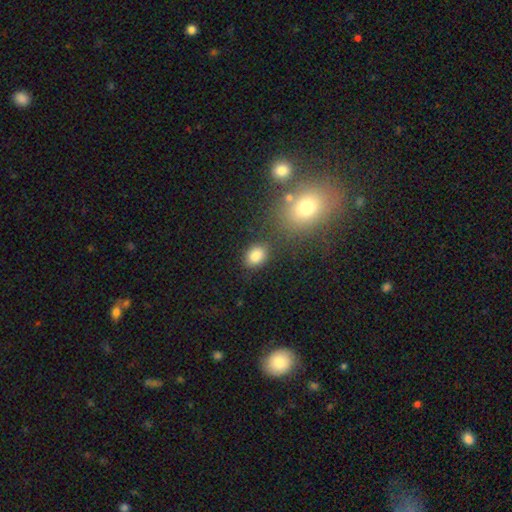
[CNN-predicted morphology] Q: Smooth or featured?
A: smooth (84%); runner-up: star or artifact (11%)
Q: How rounded?
A: in between (70%); runner-up: round (28%)
Q: Merging?
A: none (73%); runner-up: minor disturbance (16%)